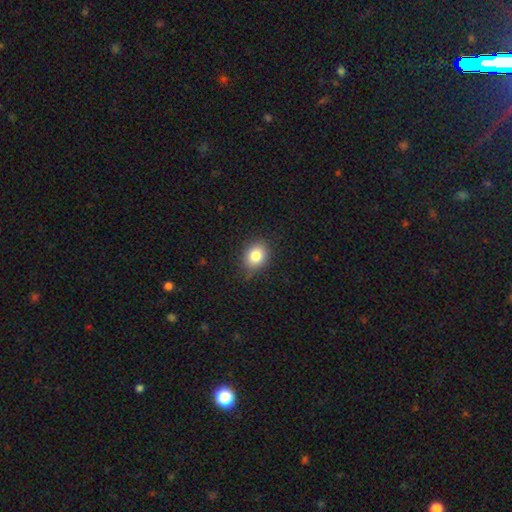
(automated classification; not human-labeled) Smooth or featured? Predicted: smooth (p=0.83). How rounded? Predicted: in between (p=0.52). Merging? Predicted: none (p=0.83).